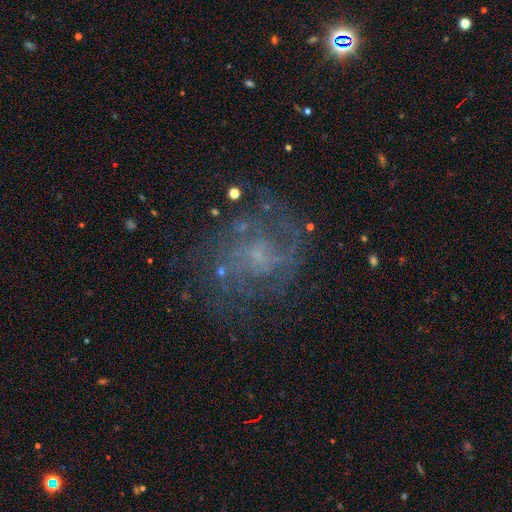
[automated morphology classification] A featured or disk galaxy (70%) with no bar (66%), medium (45%) spiral arms (83%) and a small central bulge (57%). Merging: none (67%).